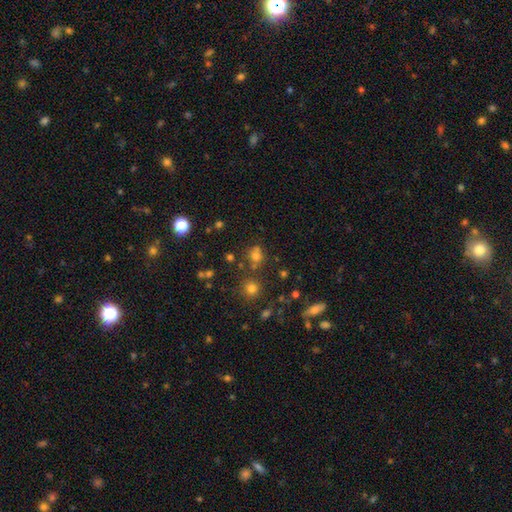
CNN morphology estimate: Smooth or featured? smooth (64%)
How rounded? round (76%)
Merging? none (63%)